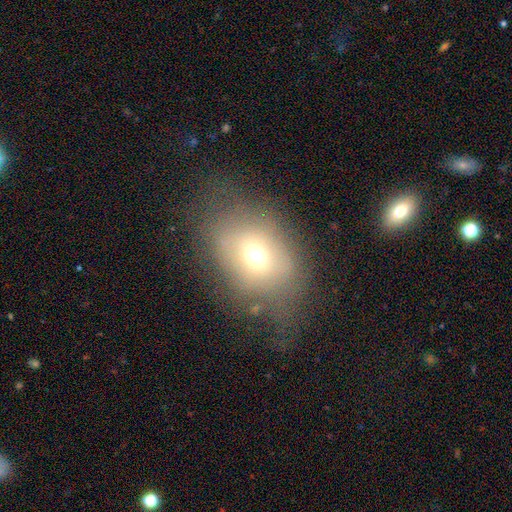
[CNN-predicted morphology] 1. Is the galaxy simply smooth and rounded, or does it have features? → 64% smooth, 19% featured or disk, 17% star or artifact.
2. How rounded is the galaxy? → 58% in between, 41% round, 1% cigar-shaped.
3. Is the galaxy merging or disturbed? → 52% none, 23% minor disturbance, 22% major disturbance, 2% merger.